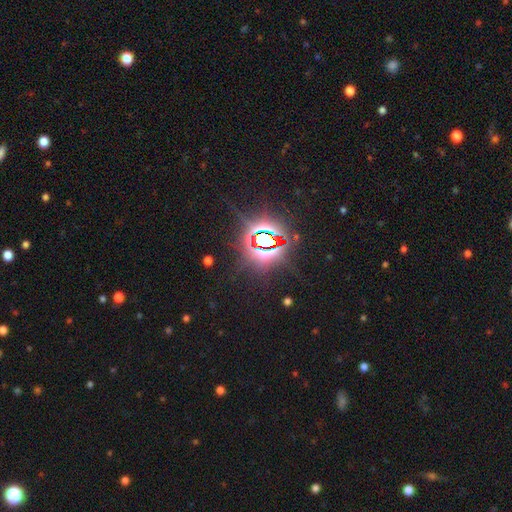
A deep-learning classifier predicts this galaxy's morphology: A star or artifact, not a galaxy (84%).

Vote fractions:
- Smooth or featured? star or artifact: 84% / smooth: 8% / featured or disk: 8%